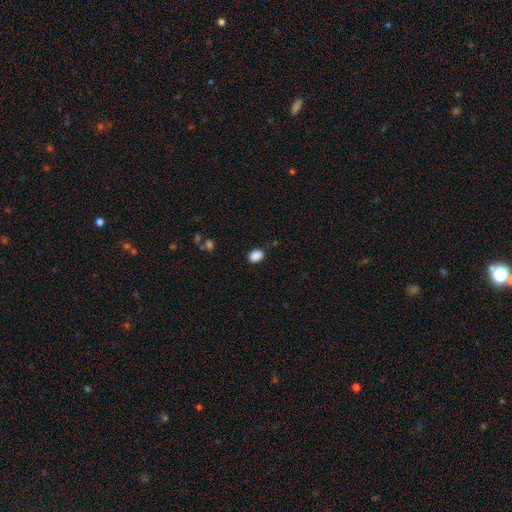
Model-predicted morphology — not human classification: This appears to be a smooth galaxy with no disk features (88%) that is in between round and cigar-shaped (73%). Merging: none (86%).